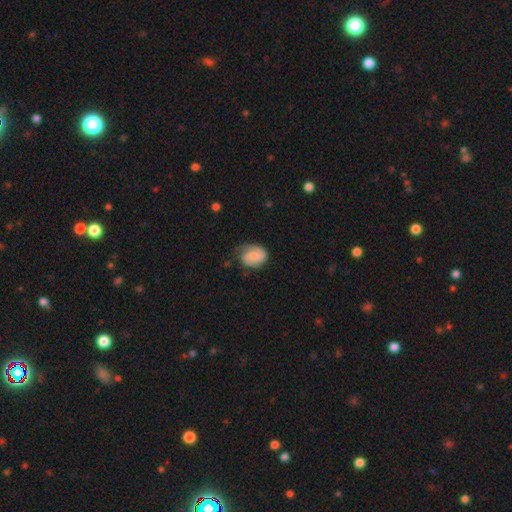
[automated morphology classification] Smooth or featured? Predicted: smooth (p=0.56). How rounded? Predicted: in between (p=0.61). Merging? Predicted: none (p=0.45).